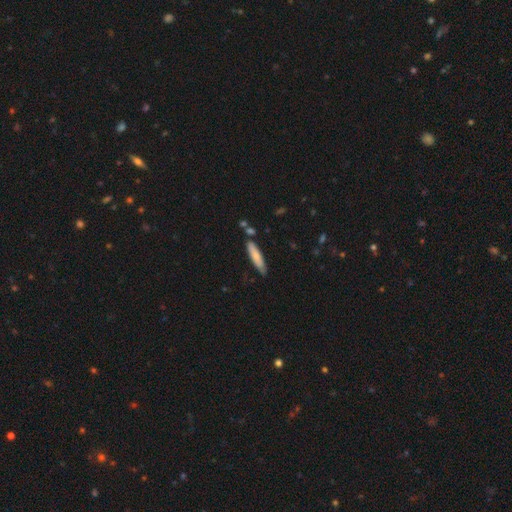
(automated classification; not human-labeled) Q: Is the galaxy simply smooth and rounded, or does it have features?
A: smooth — 75%.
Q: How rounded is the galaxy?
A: cigar-shaped — 80%.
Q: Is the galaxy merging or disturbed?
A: none — 77%.